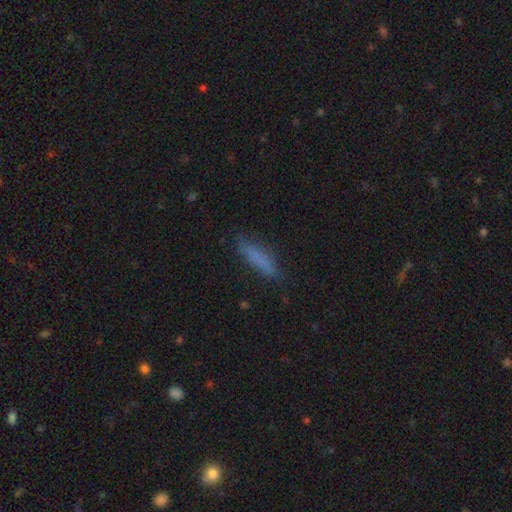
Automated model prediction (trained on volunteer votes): This is likely a smooth galaxy (75%). How rounded: clearly cigar-shaped (86%). Merging: clearly none (84%).